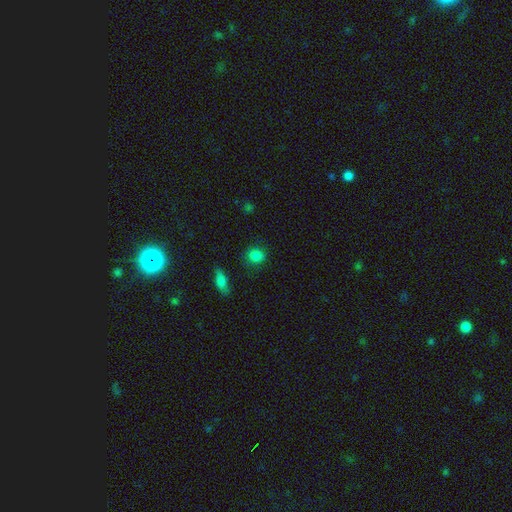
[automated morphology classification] A smooth galaxy with no disk features (85%) that is round (74%). Merging: none (83%).